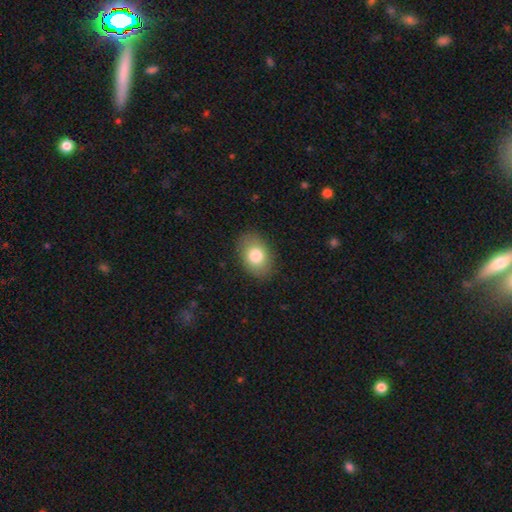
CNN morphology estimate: A smooth galaxy with no disk features (80%) that is in between round and cigar-shaped (79%). Merging: none (86%).